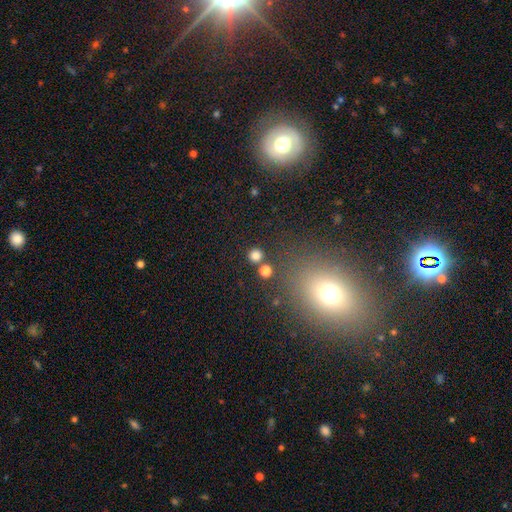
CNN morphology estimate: A smooth galaxy with no disk features (80%) that is round (92%). Merging: none (81%).